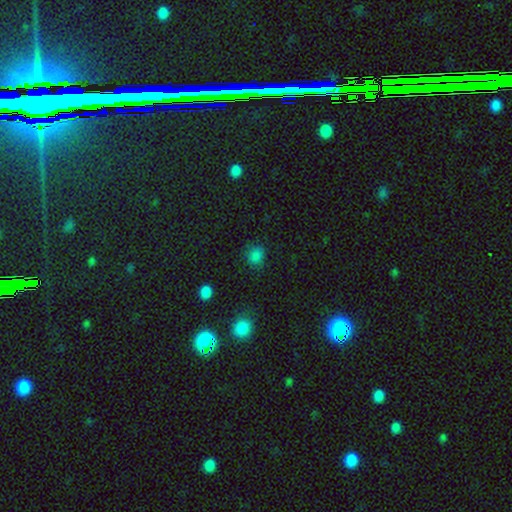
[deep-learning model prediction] Morphology: type=smooth (79%); roundness=round (70%); merging=none (80%).